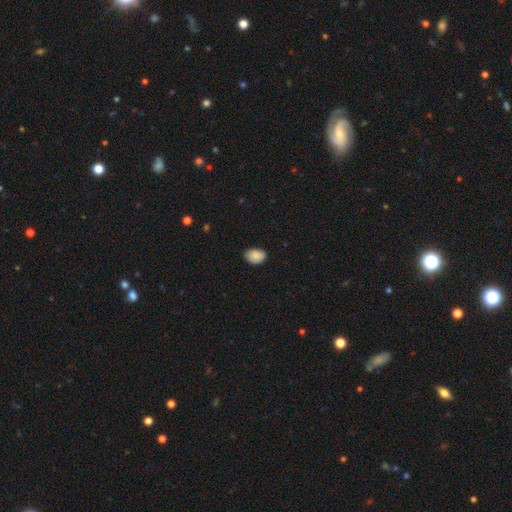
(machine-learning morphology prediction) This appears to be a smooth galaxy with no disk features (89%) that is in between round and cigar-shaped (80%). Merging: none (84%).